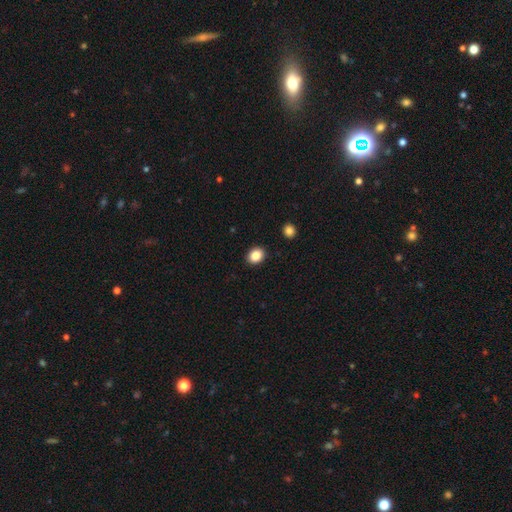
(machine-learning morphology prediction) Smooth or featured? smooth (87%)
How rounded? round (51%)
Merging? none (91%)